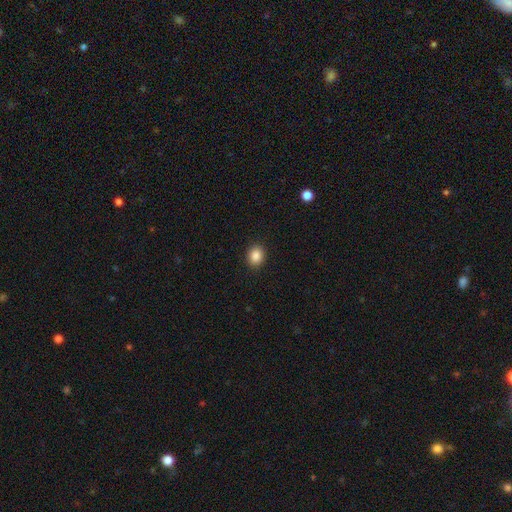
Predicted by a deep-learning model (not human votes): The model was most divided on "how rounded": round: 56%, in between: 43%, cigar-shaped: 1%. More confident: merging — none (91%); smooth or featured — smooth (87%).